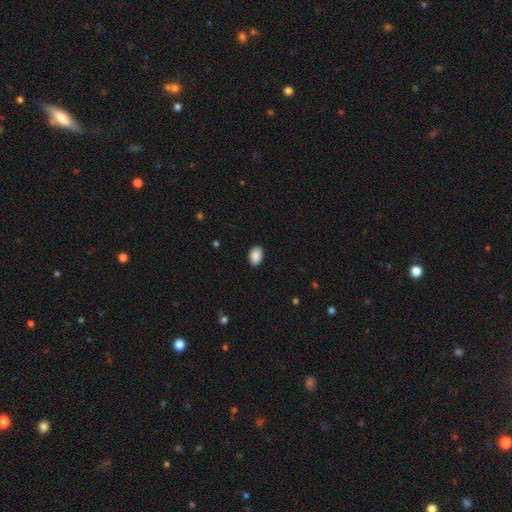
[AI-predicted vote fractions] Q: Smooth or featured?
A: smooth (90%); runner-up: star or artifact (7%)
Q: How rounded?
A: in between (88%); runner-up: round (11%)
Q: Merging?
A: none (89%); runner-up: minor disturbance (8%)